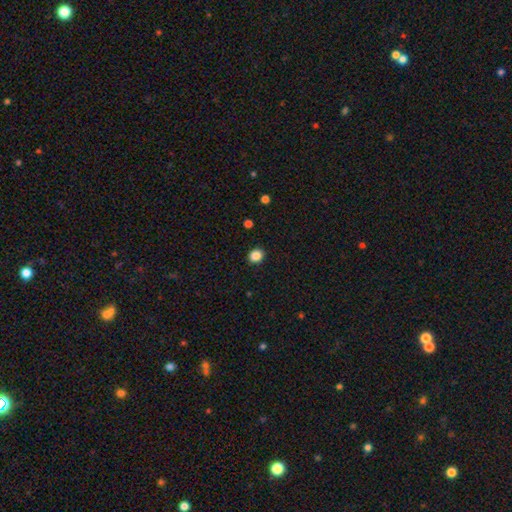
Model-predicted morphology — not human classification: smooth-or-featured: smooth: 86% | star or artifact: 10% | featured or disk: 3%
  how-rounded: round: 71% | in between: 28% | cigar-shaped: 1%
  merging: none: 91% | minor disturbance: 6% | major disturbance: 2% | merger: 1%